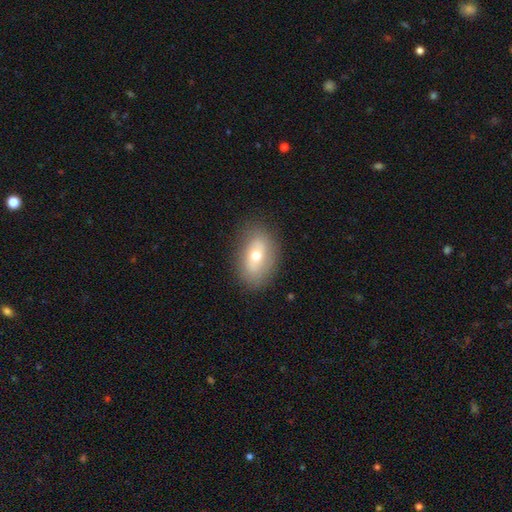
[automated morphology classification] smooth_or_featured: smooth (p=0.55) [alt: featured or disk p=0.36]
how_rounded: in between (p=0.85) [alt: round p=0.13]
merging: none (p=0.82) [alt: minor disturbance p=0.12]